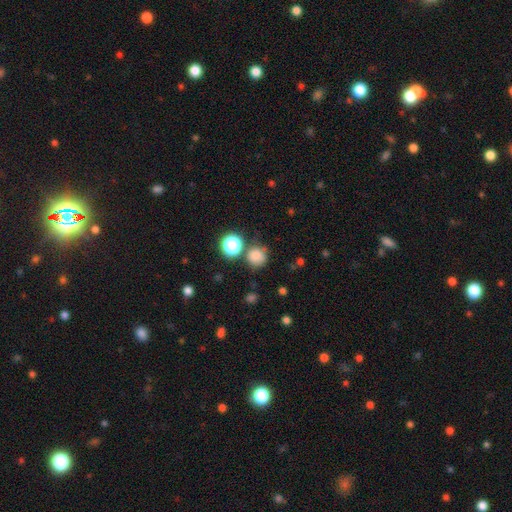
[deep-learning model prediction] Smooth or featured: smooth — 78% (star or artifact — 16%)
How rounded: round — 91% (in between — 8%)
Merging: none — 71% (minor disturbance — 13%)